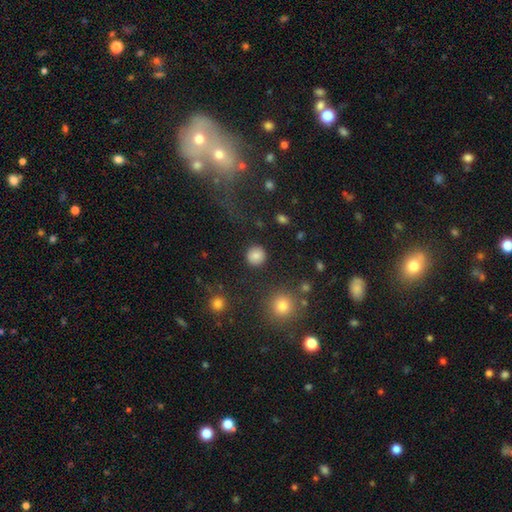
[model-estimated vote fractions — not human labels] Smooth or featured: smooth — 85% (star or artifact — 10%)
How rounded: round — 93% (in between — 6%)
Merging: none — 89% (minor disturbance — 6%)